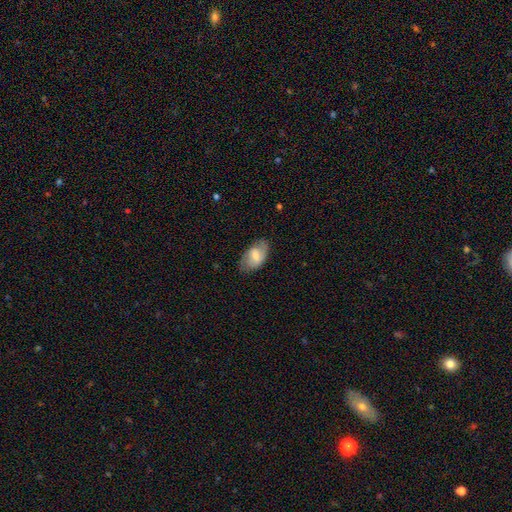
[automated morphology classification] type=smooth (53%); roundness=in between (91%); merging=none (75%).